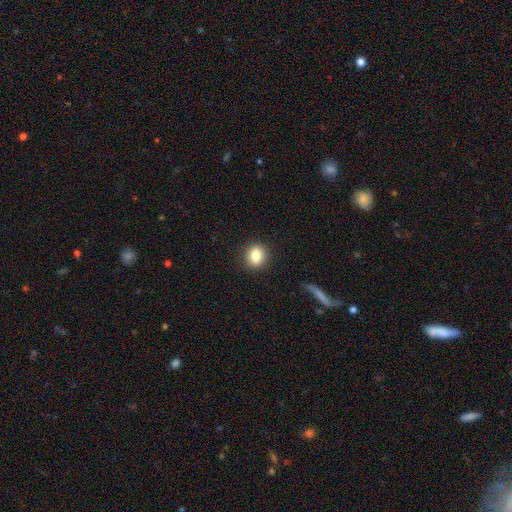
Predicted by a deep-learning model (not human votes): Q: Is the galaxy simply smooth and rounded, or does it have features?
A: smooth — 83%.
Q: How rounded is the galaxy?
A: round — 62%.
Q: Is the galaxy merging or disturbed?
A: none — 89%.